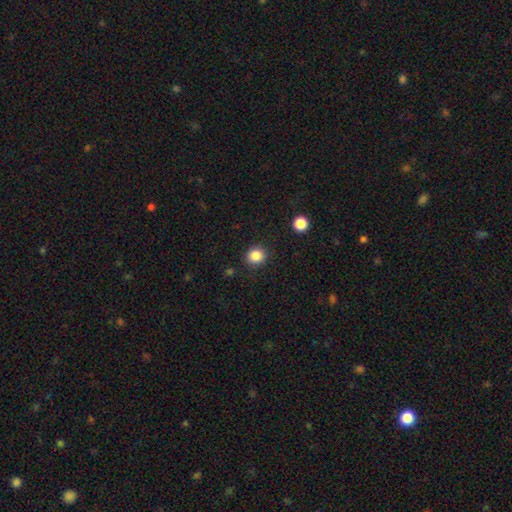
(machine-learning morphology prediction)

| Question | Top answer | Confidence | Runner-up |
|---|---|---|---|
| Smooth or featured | smooth | 86% | star or artifact (11%) |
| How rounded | round | 85% | in between (14%) |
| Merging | none | 88% | minor disturbance (7%) |